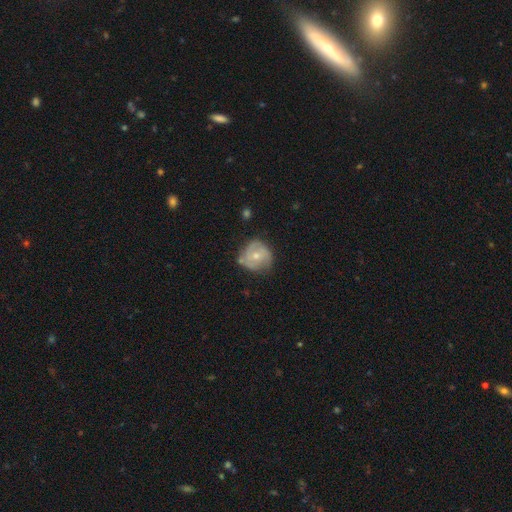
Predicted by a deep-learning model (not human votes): smooth-or-featured: featured or disk: 54% | smooth: 39% | star or artifact: 7%
  disk-edge-on: no: 97% | yes: 3%
    bar: no: 66% | weak: 28% | strong: 6%
    has-spiral-arms: yes: 68% | no: 32%
    bulge-size: small: 51% | moderate: 45% | none: 2% | large: 1% | dominant: 1%
  merging: none: 57% | minor disturbance: 30% | major disturbance: 10% | merger: 4%